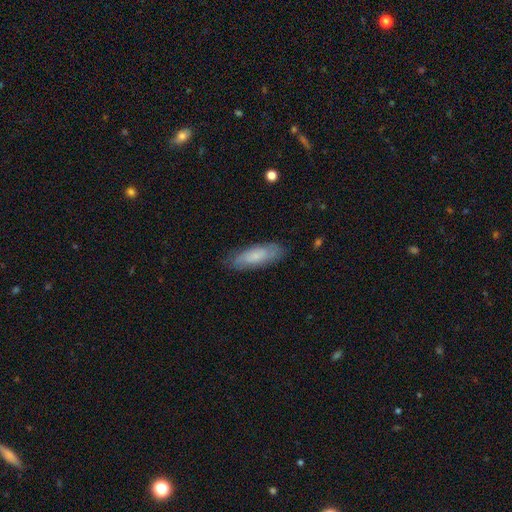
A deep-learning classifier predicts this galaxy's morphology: smooth-or-featured: smooth: 61% | featured or disk: 32% | star or artifact: 7%
  how-rounded: in between: 62% | cigar-shaped: 36% | round: 2%
  merging: none: 80% | minor disturbance: 16% | major disturbance: 3% | merger: 1%